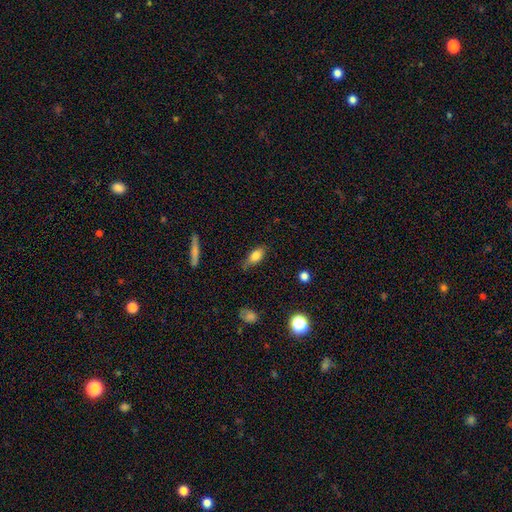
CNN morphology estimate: Smooth or featured? Predicted: smooth (p=0.77). How rounded? Predicted: in between (p=0.80). Merging? Predicted: none (p=0.63).